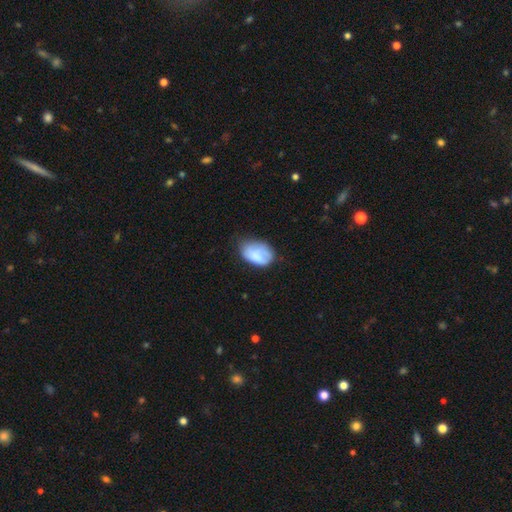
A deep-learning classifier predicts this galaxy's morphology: Overall: smooth (77%). How rounded: in between (87%). Merging: none (49%; minor disturbance 37%).